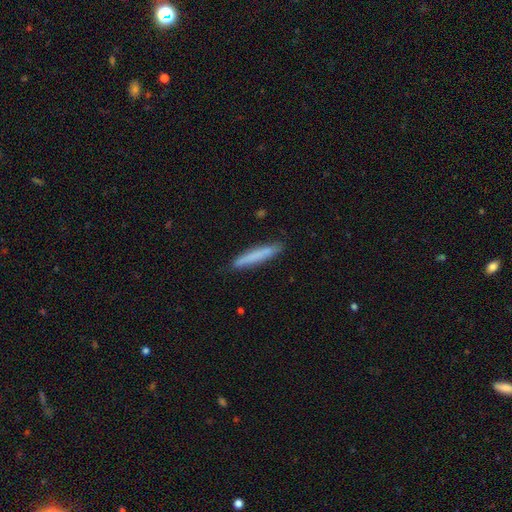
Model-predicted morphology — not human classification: type=smooth (74%); roundness=cigar-shaped (95%); merging=none (87%).